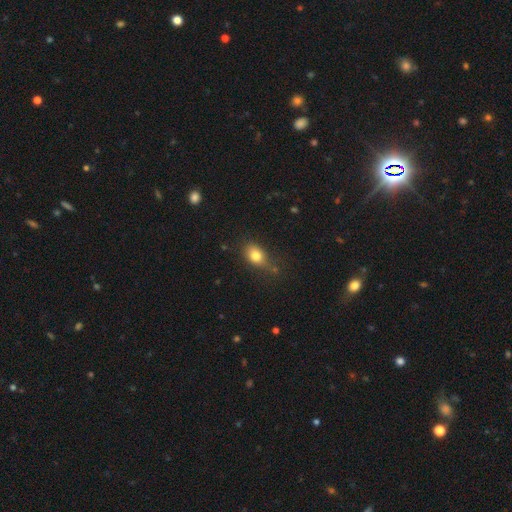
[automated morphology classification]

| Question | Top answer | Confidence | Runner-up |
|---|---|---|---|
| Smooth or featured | smooth | 81% | star or artifact (10%) |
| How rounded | in between | 72% | round (25%) |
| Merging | none | 59% | minor disturbance (27%) |